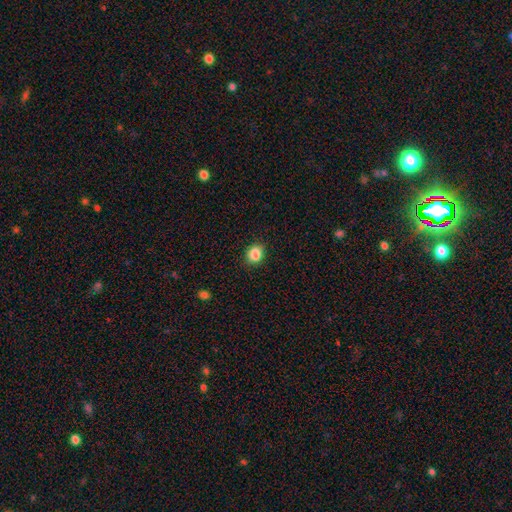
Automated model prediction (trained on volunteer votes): Smooth or featured: smooth — 86% (star or artifact — 10%)
How rounded: round — 55% (in between — 44%)
Merging: none — 87% (minor disturbance — 10%)